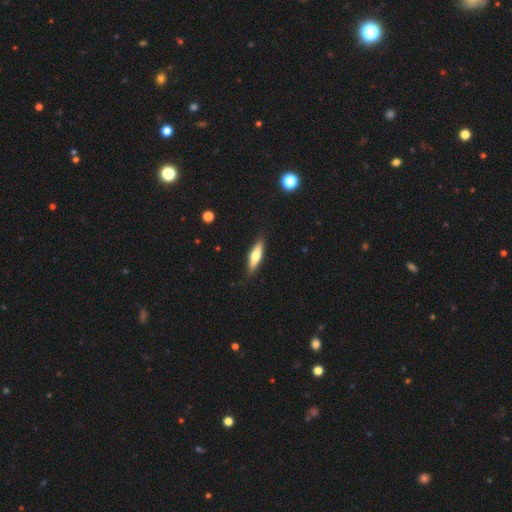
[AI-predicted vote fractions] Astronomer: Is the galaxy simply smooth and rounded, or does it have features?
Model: smooth — 56% (runner-up: featured or disk, 39%).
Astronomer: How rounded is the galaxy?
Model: cigar-shaped — 65%.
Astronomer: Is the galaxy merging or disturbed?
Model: none — 88%.